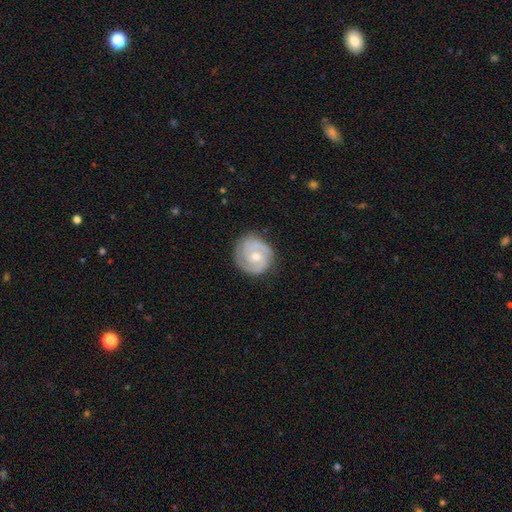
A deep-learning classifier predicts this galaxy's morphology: smooth_or_featured: featured or disk (p=0.76) [alt: smooth p=0.18]
disk_edge_on: no (p=0.98) [alt: yes p=0.02]
bar: no (p=0.69) [alt: weak p=0.26]
has_spiral_arms: yes (p=0.92) [alt: no p=0.08]
spiral_winding: tight (p=0.63) [alt: medium p=0.30]
spiral_arm_count: 2 (p=0.54) [alt: 3 p=0.18]
bulge_size: moderate (p=0.63) [alt: small p=0.32]
merging: none (p=0.77) [alt: minor disturbance p=0.17]